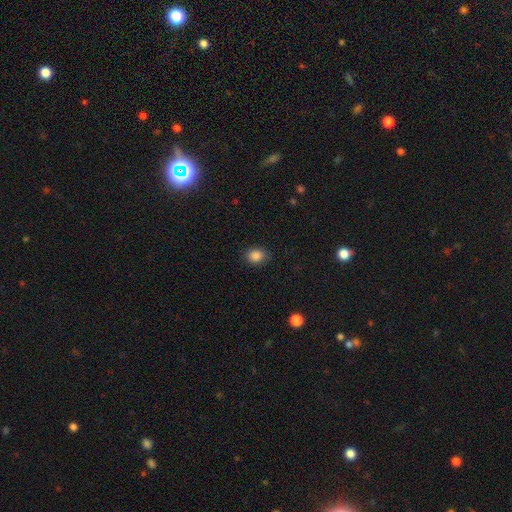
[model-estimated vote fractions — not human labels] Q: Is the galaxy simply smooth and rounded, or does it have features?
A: smooth — 86%.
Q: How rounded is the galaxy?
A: round — 50%.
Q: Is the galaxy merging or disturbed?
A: none — 83%.